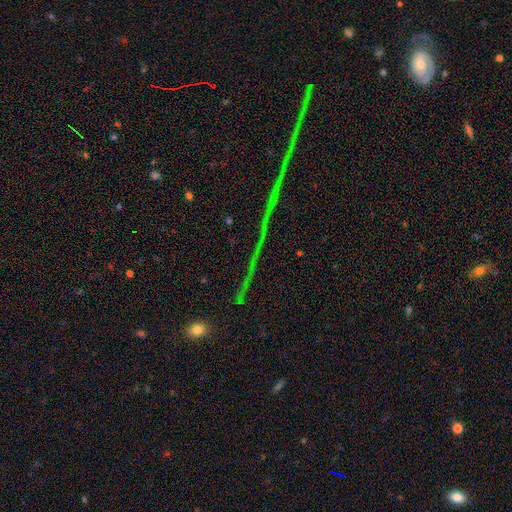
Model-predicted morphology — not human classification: Smooth or featured? star or artifact (75%)